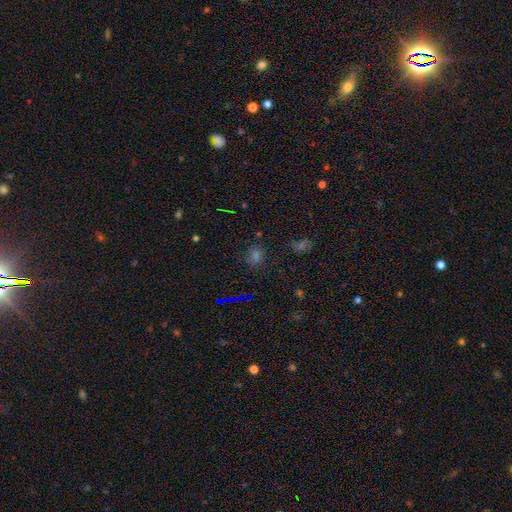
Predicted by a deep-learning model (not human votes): Smooth or featured? smooth (51%)
How rounded? round (80%)
Merging? none (83%)